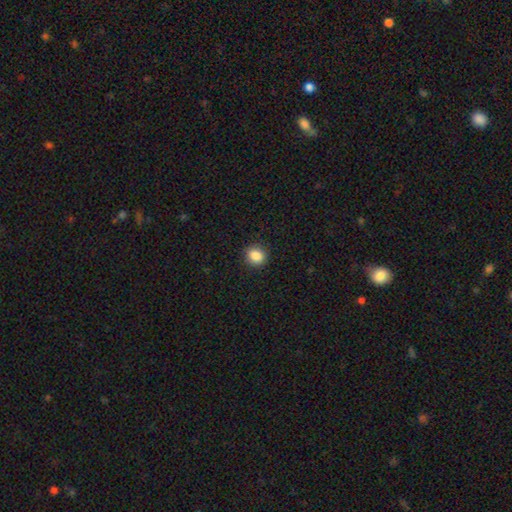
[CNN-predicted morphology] smooth_or_featured: smooth (p=0.87) [alt: star or artifact p=0.10]
how_rounded: round (p=0.77) [alt: in between p=0.22]
merging: none (p=0.91) [alt: minor disturbance p=0.06]